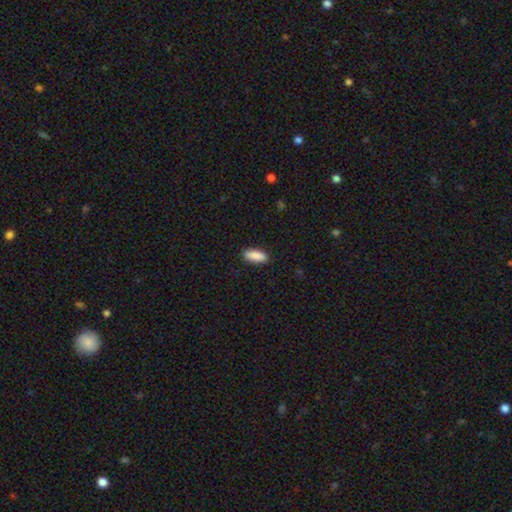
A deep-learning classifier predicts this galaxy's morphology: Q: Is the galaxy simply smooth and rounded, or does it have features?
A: smooth — 89%.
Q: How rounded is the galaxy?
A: in between — 74%.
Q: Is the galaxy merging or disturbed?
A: none — 89%.